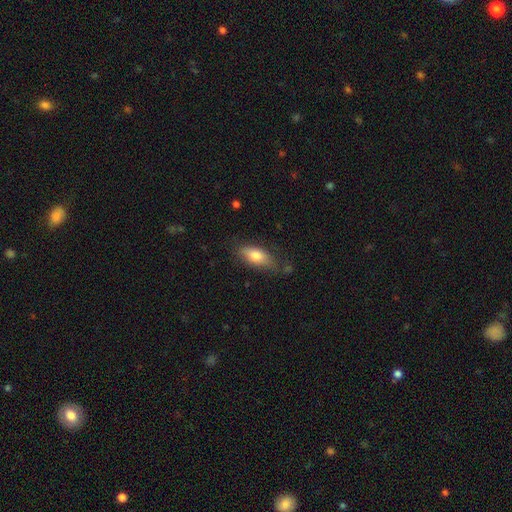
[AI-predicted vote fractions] A smooth galaxy with no disk features (76%) that is in between round and cigar-shaped (79%).

Vote fractions:
- Smooth or featured? smooth: 76% / featured or disk: 17% / star or artifact: 7%
- How rounded? in between: 79% / cigar-shaped: 17% / round: 3%
- Merging? none: 69% / minor disturbance: 23% / major disturbance: 6% / merger: 3%